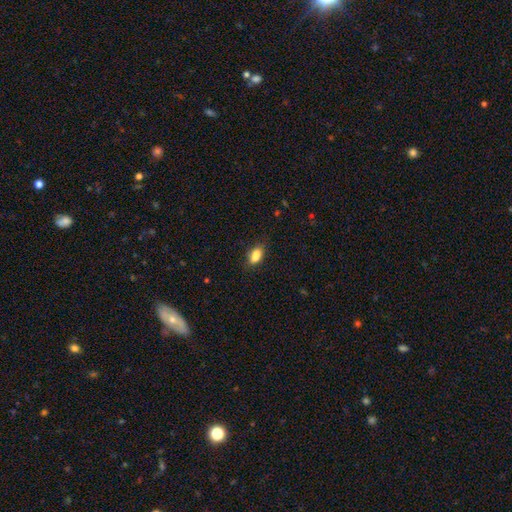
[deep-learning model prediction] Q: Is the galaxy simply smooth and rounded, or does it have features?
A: smooth — 83%.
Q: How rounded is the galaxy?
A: in between — 83%.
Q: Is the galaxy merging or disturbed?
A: none — 69%.